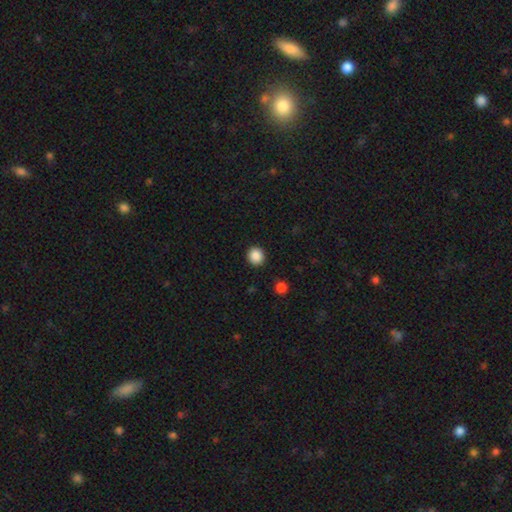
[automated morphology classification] The model was most divided on "smooth or featured": smooth: 88%, star or artifact: 10%, featured or disk: 3%. More confident: merging — none (92%); how rounded — round (90%).